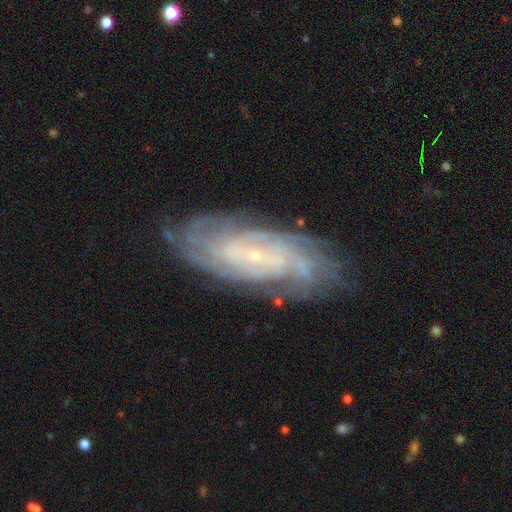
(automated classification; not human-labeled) Q: Smooth or featured?
A: featured or disk (84%); runner-up: smooth (9%)
Q: Edge-on disk?
A: no (92%); runner-up: yes (8%)
Q: Bar?
A: no (66%); runner-up: weak (26%)
Q: Spiral arms?
A: yes (95%); runner-up: no (5%)
Q: Spiral winding?
A: tight (75%); runner-up: medium (20%)
Q: Spiral arm count?
A: can't tell (39%); runner-up: 4 (17%)
Q: Bulge size?
A: small (85%); runner-up: moderate (10%)
Q: Merging?
A: none (80%); runner-up: minor disturbance (14%)